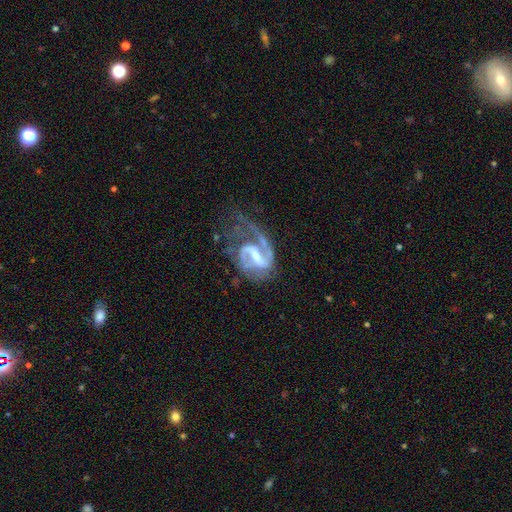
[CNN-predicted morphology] featured or disk 91%, star or artifact 5%, smooth 4%. Down the decision tree: edge-on disk — no (98%); bar — weak (45%, tied with strong); spiral arms — yes (97%); spiral arm count — 2 (80%); spiral winding — medium (55%); bulge size — moderate (47%); merging — none (41%).